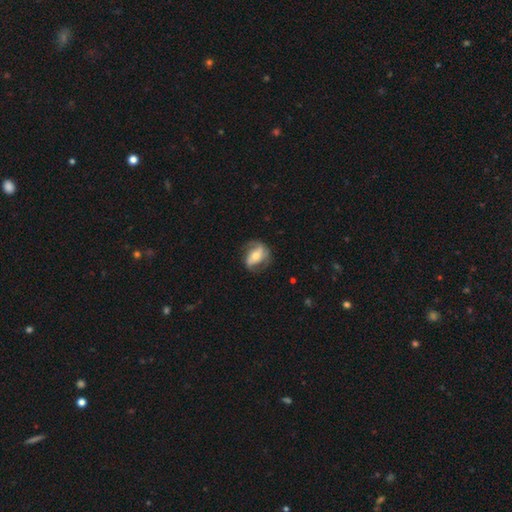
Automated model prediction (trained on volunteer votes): This appears to be a featured or disk galaxy (64%) with a strong bar (43%), spiral arms (75%) and a moderate central bulge (58%). Merging: none (62%).